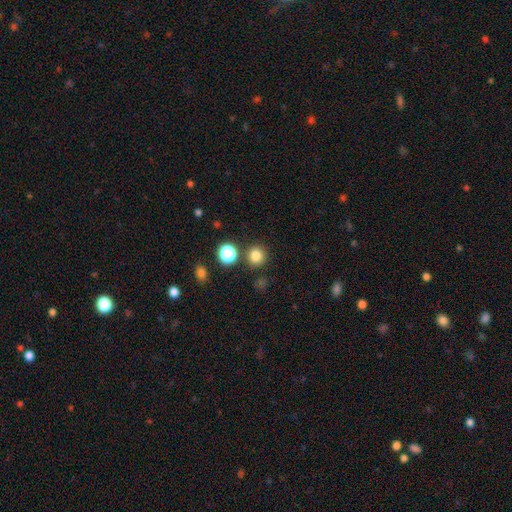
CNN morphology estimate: This appears to be a smooth galaxy with no disk features (80%) that is round (92%). Merging: none (86%).